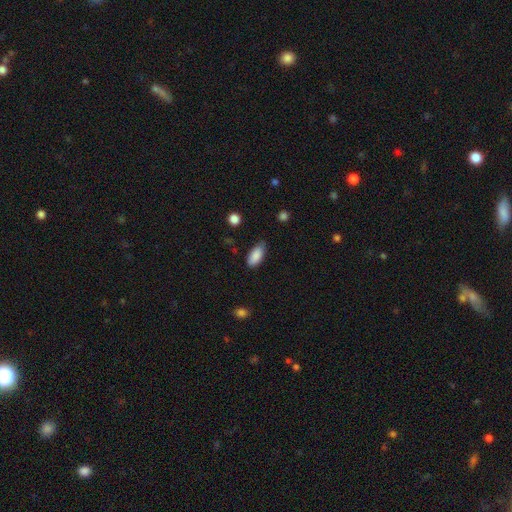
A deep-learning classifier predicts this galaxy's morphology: type=smooth (88%); roundness=in between (90%); merging=none (72%).